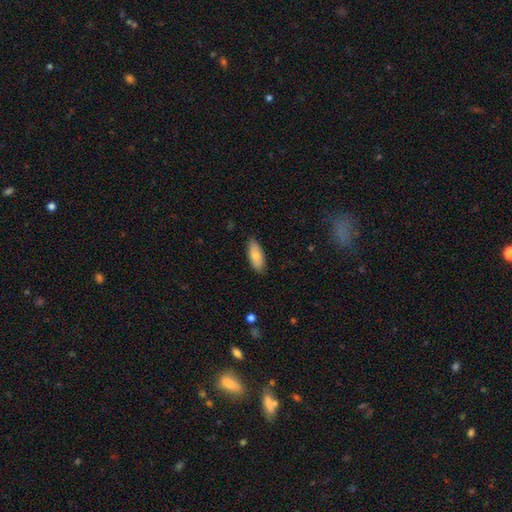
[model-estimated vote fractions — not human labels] This appears to be a smooth galaxy with no disk features (77%) that is in between round and cigar-shaped (82%). Merging: none (85%).